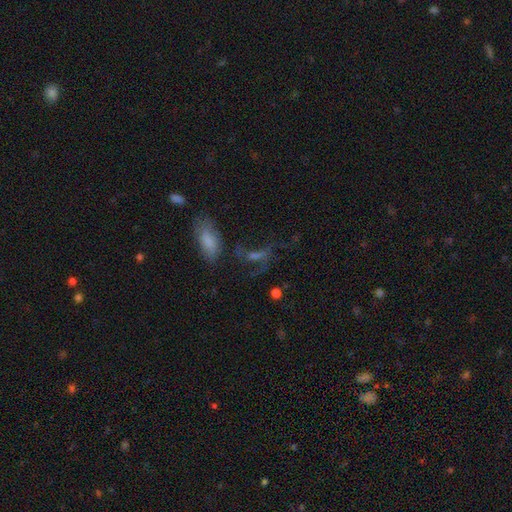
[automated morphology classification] Q: Smooth or featured?
A: featured or disk (40%); runner-up: smooth (33%)
Q: Merging?
A: none (48%); runner-up: major disturbance (20%)